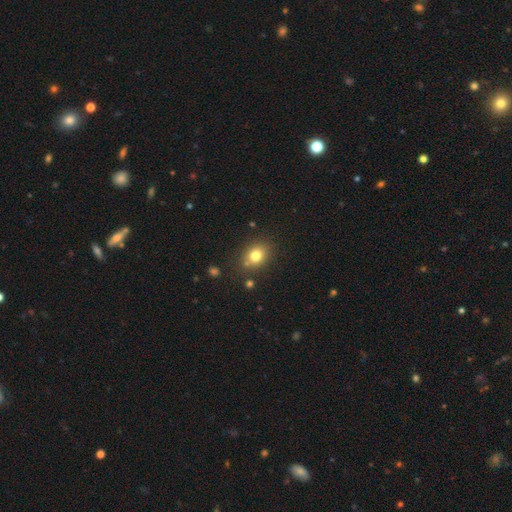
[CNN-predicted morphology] Smooth or featured: smooth — 78% (star or artifact — 12%)
How rounded: in between — 52% (round — 47%)
Merging: none — 78% (minor disturbance — 12%)